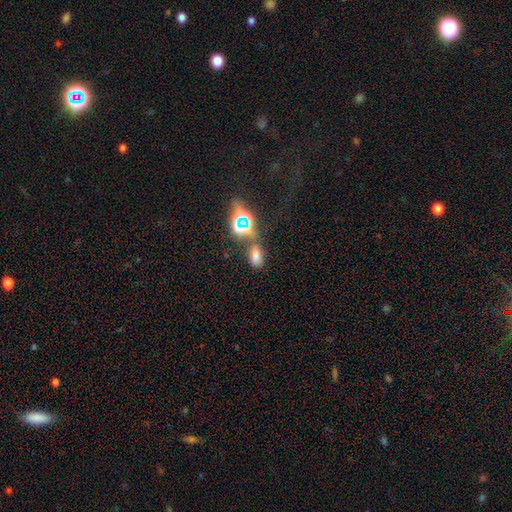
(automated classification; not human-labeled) Q: Smooth or featured?
A: smooth (60%); runner-up: star or artifact (32%)
Q: How rounded?
A: in between (86%); runner-up: round (8%)
Q: Merging?
A: none (57%); runner-up: merger (20%)